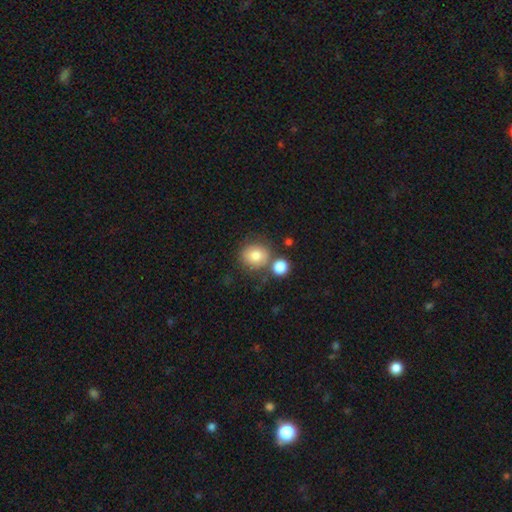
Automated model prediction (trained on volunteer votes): Smooth or featured? smooth (82%)
How rounded? round (79%)
Merging? none (65%)